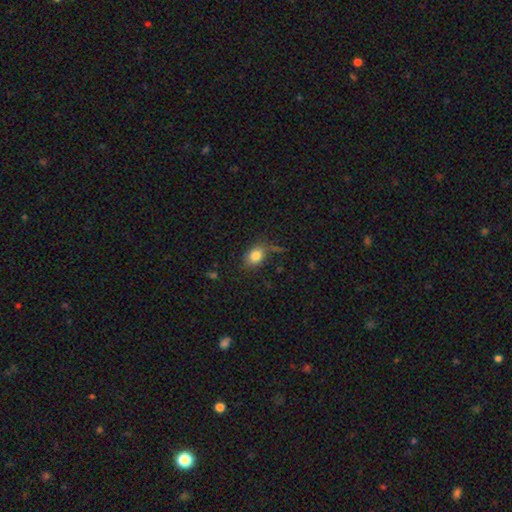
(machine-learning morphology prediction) smooth_or_featured: smooth (p=0.83) [alt: star or artifact p=0.10]
how_rounded: in between (p=0.68) [alt: round p=0.30]
merging: none (p=0.70) [alt: minor disturbance p=0.19]